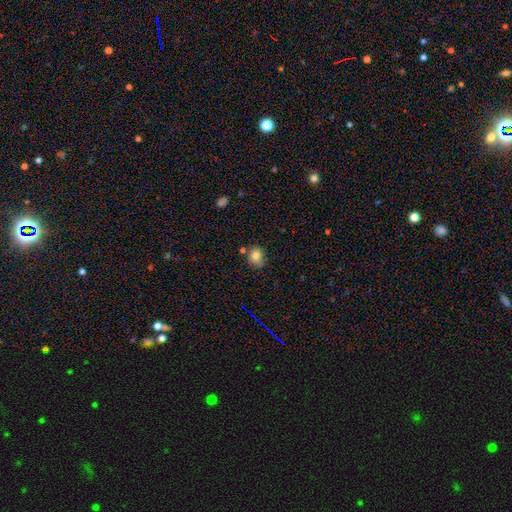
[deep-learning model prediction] Smooth or featured: smooth — 78% (star or artifact — 12%)
How rounded: round — 73% (in between — 26%)
Merging: none — 65% (minor disturbance — 22%)